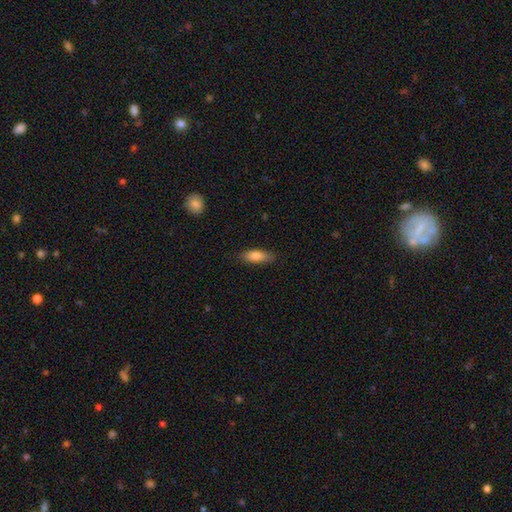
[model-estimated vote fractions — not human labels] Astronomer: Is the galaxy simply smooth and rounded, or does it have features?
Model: smooth — 81%.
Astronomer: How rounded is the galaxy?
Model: in between — 63%.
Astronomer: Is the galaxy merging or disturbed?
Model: none — 83%.